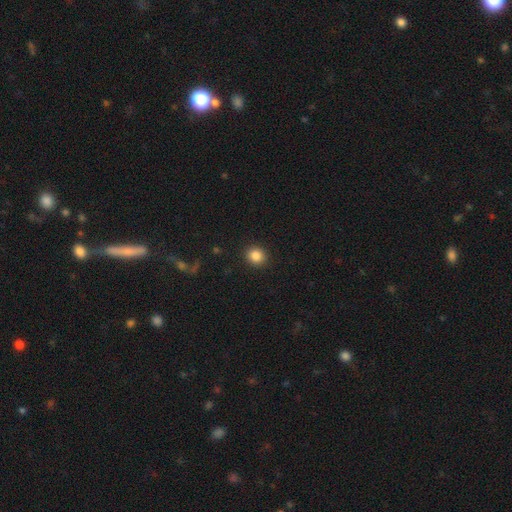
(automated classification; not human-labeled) smooth 86%, star or artifact 10%, featured or disk 4%. Down the decision tree: how rounded — round (85%); merging — none (92%).